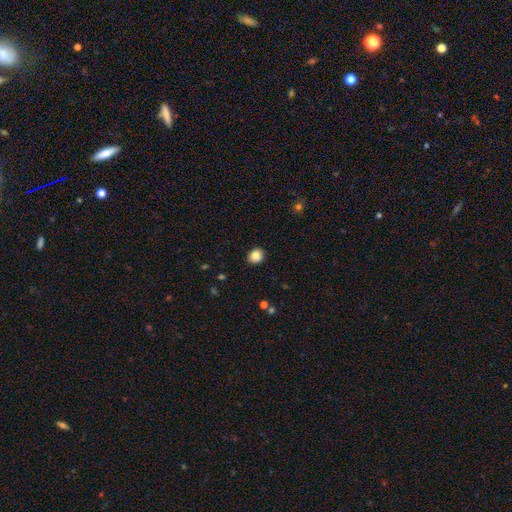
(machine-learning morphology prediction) A smooth galaxy with no disk features (84%) that is round (75%). Merging: none (90%).